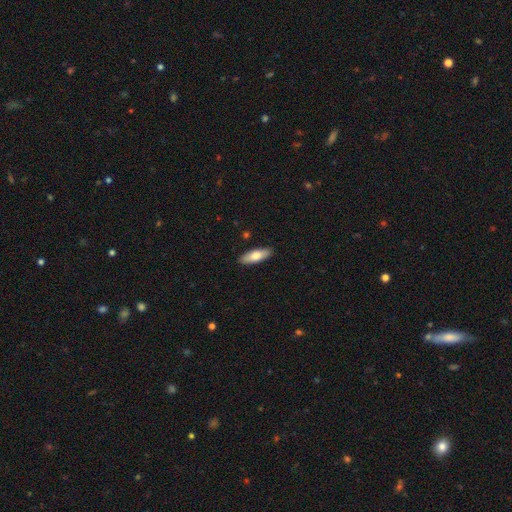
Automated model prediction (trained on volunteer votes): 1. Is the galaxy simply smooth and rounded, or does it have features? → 71% smooth, 23% featured or disk, 6% star or artifact.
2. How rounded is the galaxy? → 63% in between, 35% cigar-shaped, 2% round.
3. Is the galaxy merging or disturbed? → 90% none, 8% minor disturbance, 2% major disturbance, 1% merger.